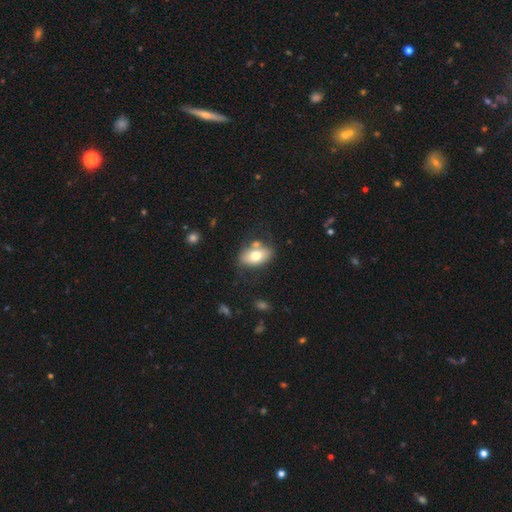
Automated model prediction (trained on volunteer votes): The model was most divided on "smooth or featured": smooth: 70%, featured or disk: 23%, star or artifact: 7%. More confident: how rounded — in between (88%); merging — none (65%).